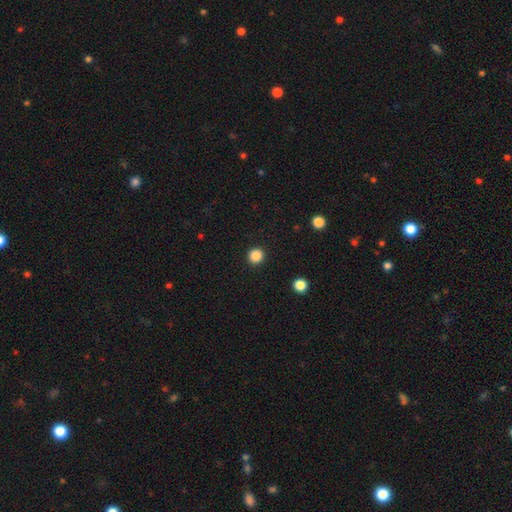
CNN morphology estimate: A smooth galaxy with no disk features (86%) that is round (93%).

Vote fractions:
- Smooth or featured? smooth: 86% / star or artifact: 11% / featured or disk: 3%
- How rounded? round: 93% / in between: 6% / cigar-shaped: 1%
- Merging? none: 93% / minor disturbance: 4% / major disturbance: 2% / merger: 1%